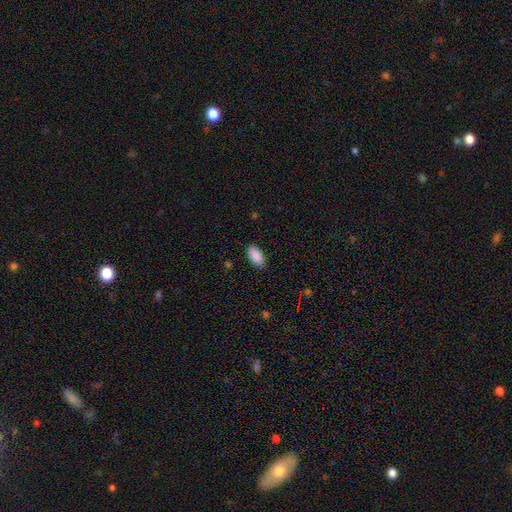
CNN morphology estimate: smooth_or_featured: smooth (p=0.90) [alt: star or artifact p=0.07]
how_rounded: in between (p=0.94) [alt: cigar-shaped p=0.04]
merging: none (p=0.87) [alt: minor disturbance p=0.10]